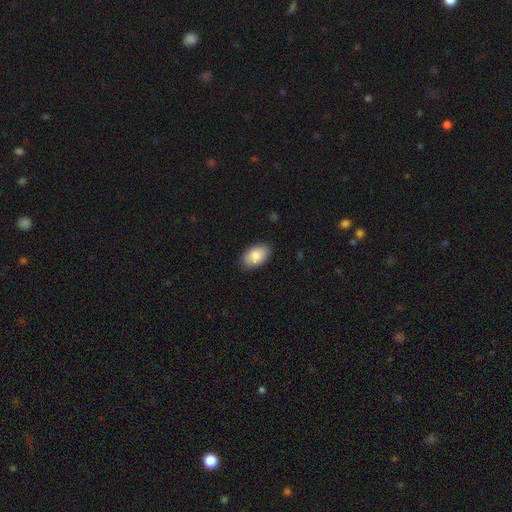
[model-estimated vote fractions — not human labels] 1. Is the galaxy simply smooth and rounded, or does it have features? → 85% smooth, 9% featured or disk, 6% star or artifact.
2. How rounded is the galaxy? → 93% in between, 6% round, 1% cigar-shaped.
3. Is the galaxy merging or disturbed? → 86% none, 11% minor disturbance, 2% major disturbance, 1% merger.